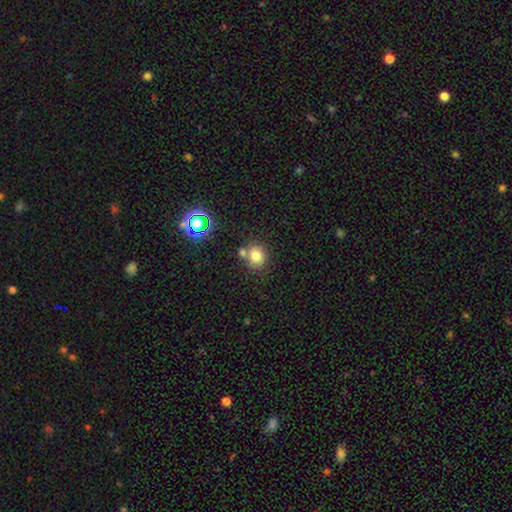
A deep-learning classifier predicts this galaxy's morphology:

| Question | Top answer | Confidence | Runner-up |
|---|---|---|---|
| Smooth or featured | smooth | 77% | star or artifact (15%) |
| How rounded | round | 80% | in between (20%) |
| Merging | none | 64% | merger (22%) |